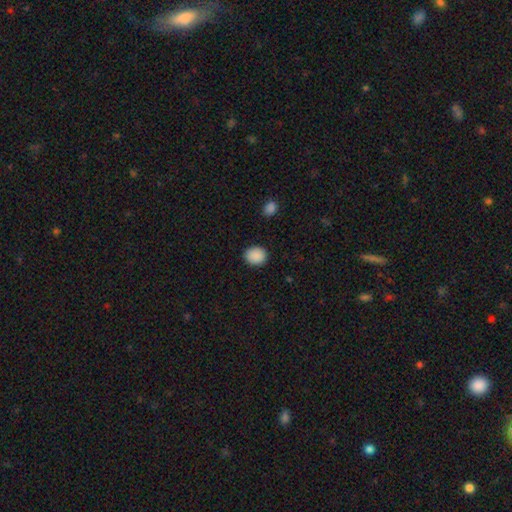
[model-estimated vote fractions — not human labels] smooth 90%, star or artifact 8%, featured or disk 2%. Down the decision tree: how rounded — round (67%); merging — none (90%).